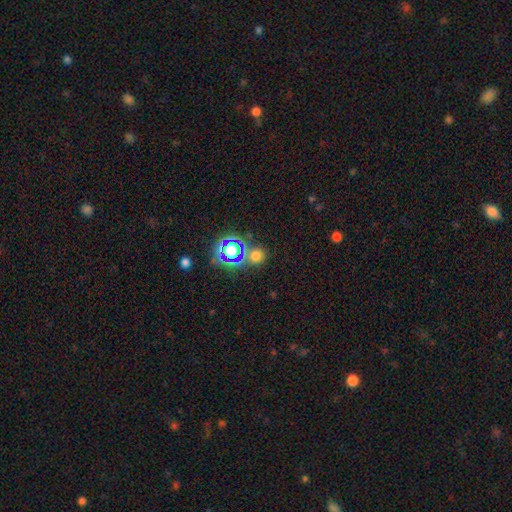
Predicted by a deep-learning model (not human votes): A smooth galaxy with no disk features (61%) that is round (88%).

Vote fractions:
- Smooth or featured? smooth: 61% / star or artifact: 32% / featured or disk: 7%
- How rounded? round: 88% / in between: 11% / cigar-shaped: 1%
- Merging? none: 72% / merger: 14% / minor disturbance: 9% / major disturbance: 4%